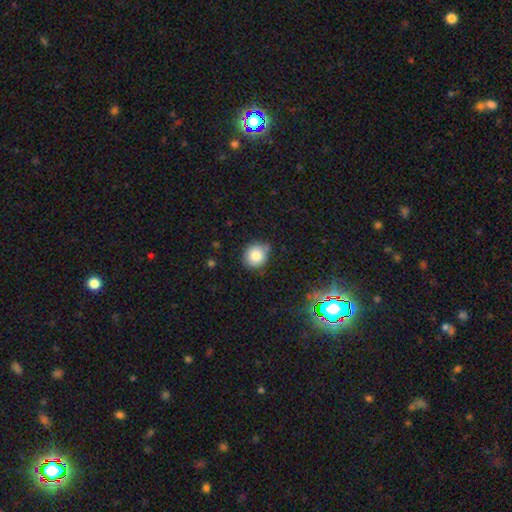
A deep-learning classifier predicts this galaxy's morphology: Smooth or featured? smooth (82%)
How rounded? round (88%)
Merging? none (79%)